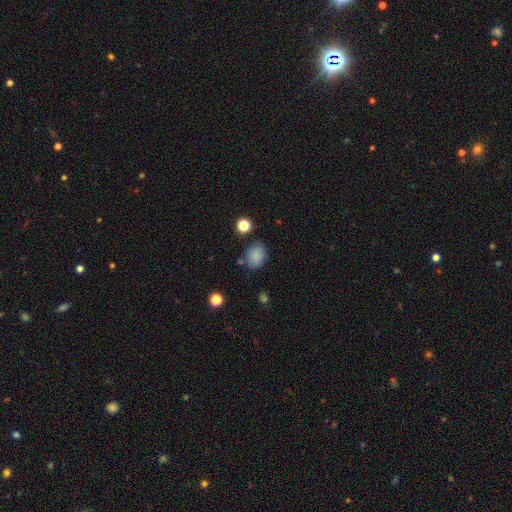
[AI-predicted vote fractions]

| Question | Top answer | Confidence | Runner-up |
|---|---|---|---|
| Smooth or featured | smooth | 85% | star or artifact (10%) |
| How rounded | in between | 55% | round (44%) |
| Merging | none | 77% | minor disturbance (14%) |